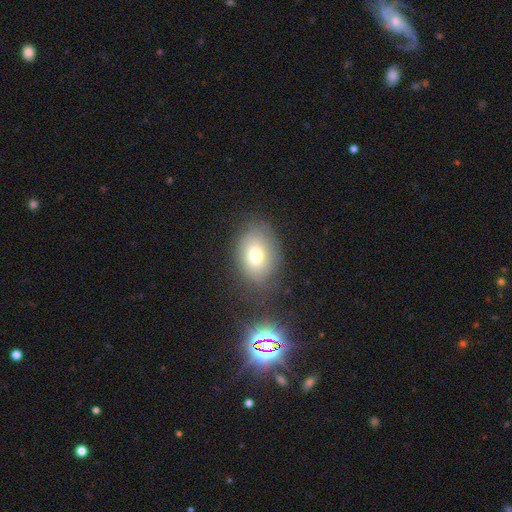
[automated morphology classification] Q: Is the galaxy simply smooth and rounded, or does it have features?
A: smooth — 69%.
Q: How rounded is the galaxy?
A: in between — 65%.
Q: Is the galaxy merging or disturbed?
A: none — 72%.